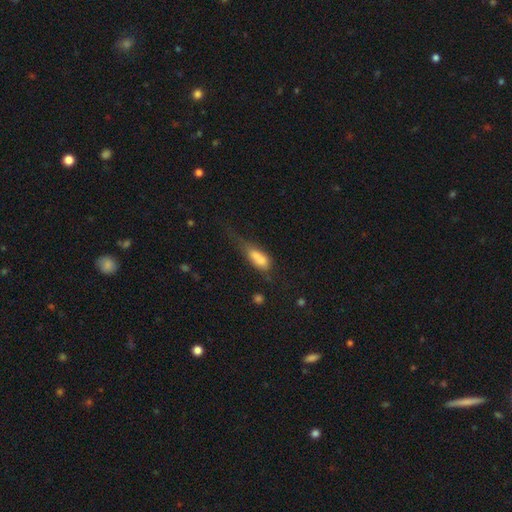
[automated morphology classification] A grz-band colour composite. It shows a smooth galaxy with no disk features (71%) that is in between round and cigar-shaped (65%). Merging: major disturbance (38%).